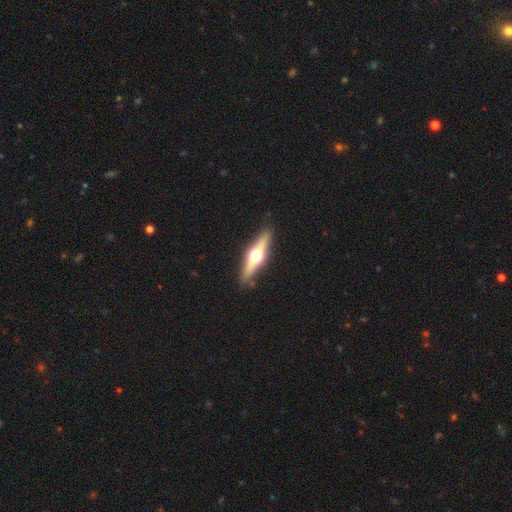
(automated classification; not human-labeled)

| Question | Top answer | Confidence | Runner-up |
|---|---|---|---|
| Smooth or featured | featured or disk | 72% | smooth (23%) |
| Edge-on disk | yes | 97% | no (3%) |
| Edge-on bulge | rounded | 96% | boxy (2%) |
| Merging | none | 89% | minor disturbance (8%) |